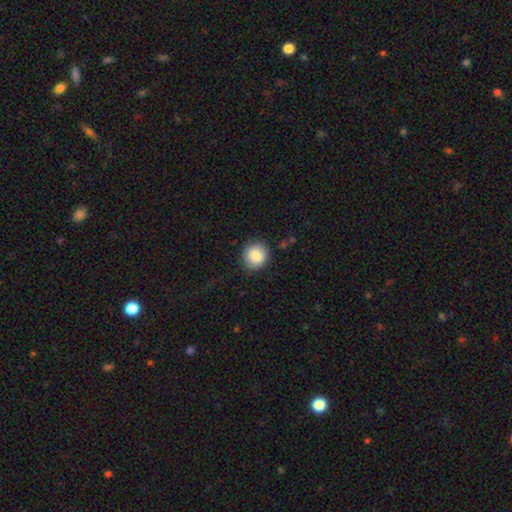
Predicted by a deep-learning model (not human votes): Smooth or featured?
  - smooth: 88% *
  - star or artifact: 7%
  - featured or disk: 5%
How rounded?
  - round: 84% *
  - in between: 15%
  - cigar-shaped: 1%
Merging?
  - none: 85% *
  - minor disturbance: 11%
  - major disturbance: 3%
  - merger: 1%